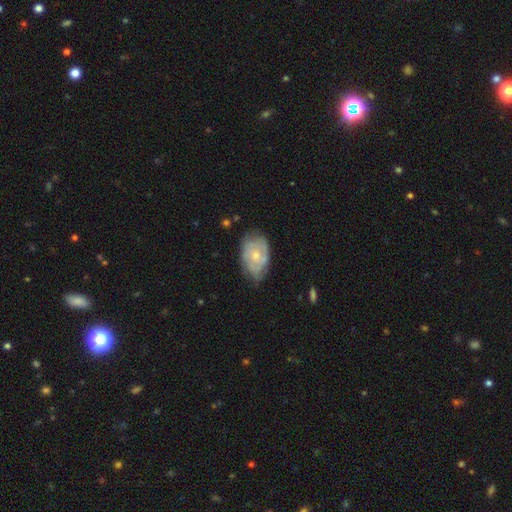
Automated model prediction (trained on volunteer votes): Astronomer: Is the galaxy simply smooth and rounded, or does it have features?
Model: featured or disk — 60%.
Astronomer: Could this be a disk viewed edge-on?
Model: no — 95%.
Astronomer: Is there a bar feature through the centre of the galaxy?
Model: no — 82%.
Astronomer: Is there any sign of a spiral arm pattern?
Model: yes — 65%.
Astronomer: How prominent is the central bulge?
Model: small — 51% (runner-up: moderate, 44%).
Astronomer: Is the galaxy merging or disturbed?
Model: none — 58%.